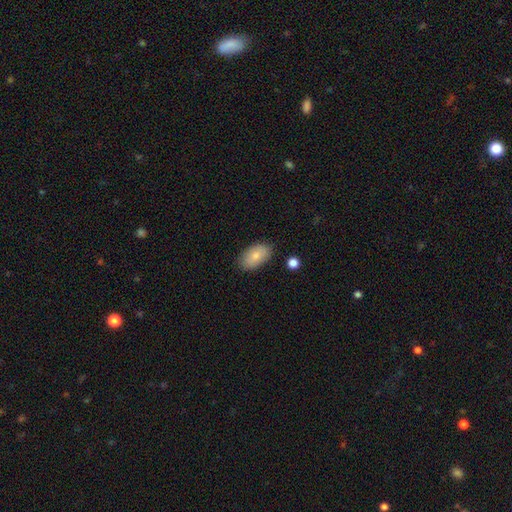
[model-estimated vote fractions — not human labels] A smooth galaxy with no disk features (81%) that is in between round and cigar-shaped (93%). Merging: none (82%).